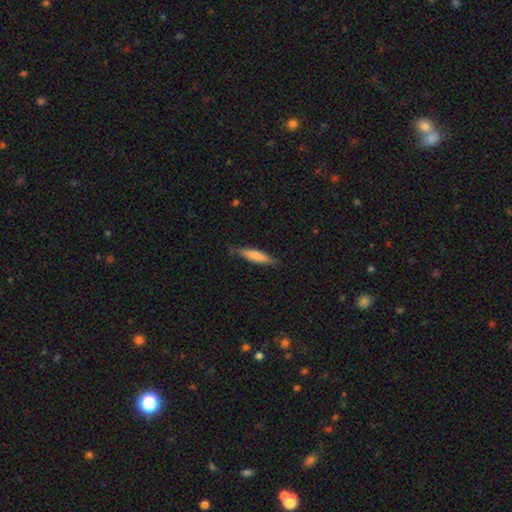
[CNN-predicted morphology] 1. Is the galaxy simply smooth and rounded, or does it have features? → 70% smooth, 24% featured or disk, 6% star or artifact.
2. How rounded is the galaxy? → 83% cigar-shaped, 16% in between, 1% round.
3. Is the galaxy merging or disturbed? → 80% none, 16% minor disturbance, 3% major disturbance, 1% merger.